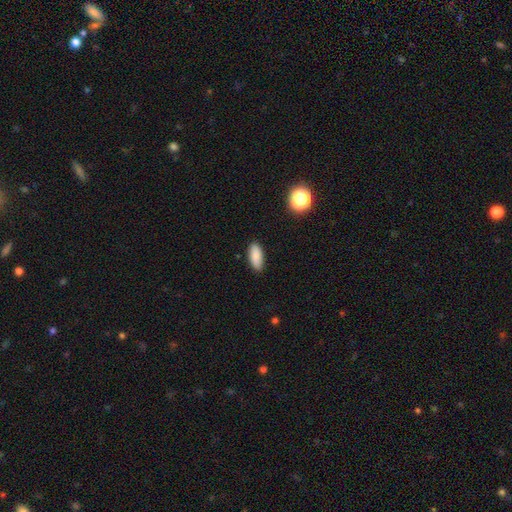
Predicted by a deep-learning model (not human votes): A smooth galaxy with no disk features (86%) that is in between round and cigar-shaped (83%). Merging: none (85%).